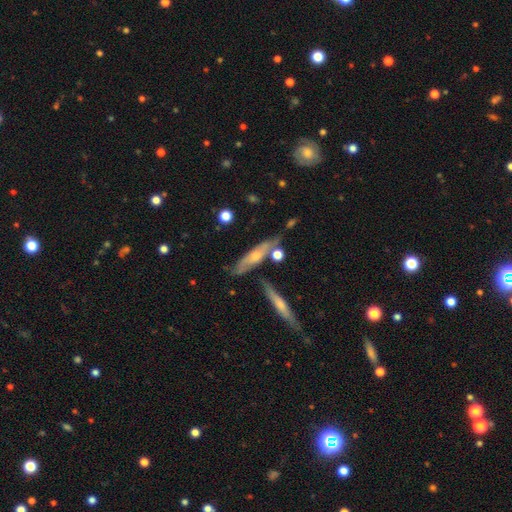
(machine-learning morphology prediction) The model was most divided on "smooth or featured": featured or disk: 51%, smooth: 42%, star or artifact: 7%. More confident: edge-on disk — yes (69%); merging — none (61%).